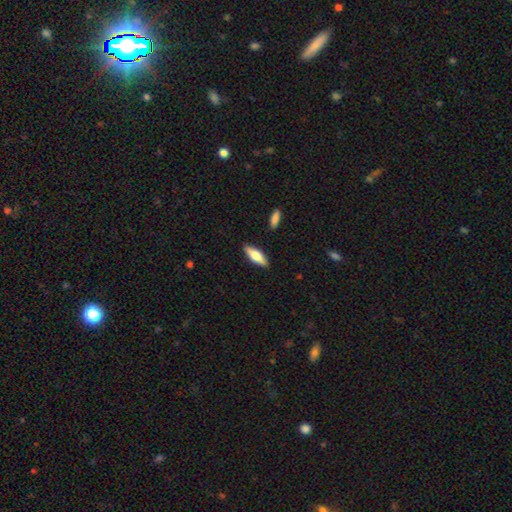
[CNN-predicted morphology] Smooth or featured? smooth (57%)
How rounded? in between (51%)
Merging? none (88%)